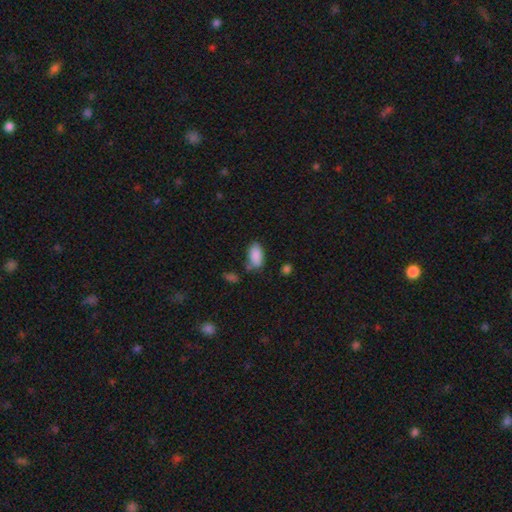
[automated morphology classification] This is clearly a smooth galaxy (88%). How rounded: clearly in between (93%). Merging: likely none (66%).